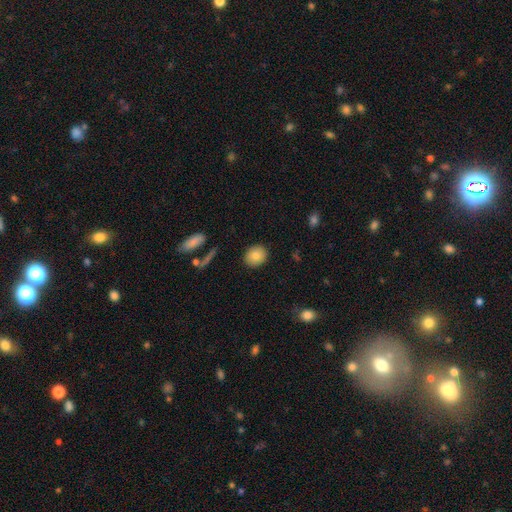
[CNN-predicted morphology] Q: Smooth or featured?
A: smooth (83%); runner-up: featured or disk (9%)
Q: How rounded?
A: round (69%); runner-up: in between (30%)
Q: Merging?
A: none (89%); runner-up: minor disturbance (7%)